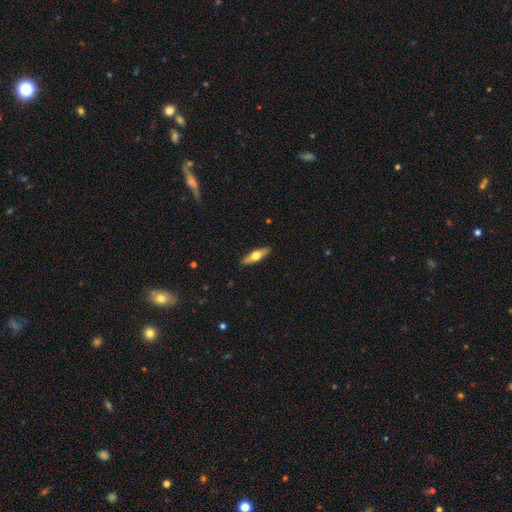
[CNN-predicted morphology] smooth_or_featured: smooth (p=0.54) [alt: featured or disk p=0.40]
how_rounded: cigar-shaped (p=0.61) [alt: in between p=0.37]
merging: none (p=0.90) [alt: minor disturbance p=0.08]